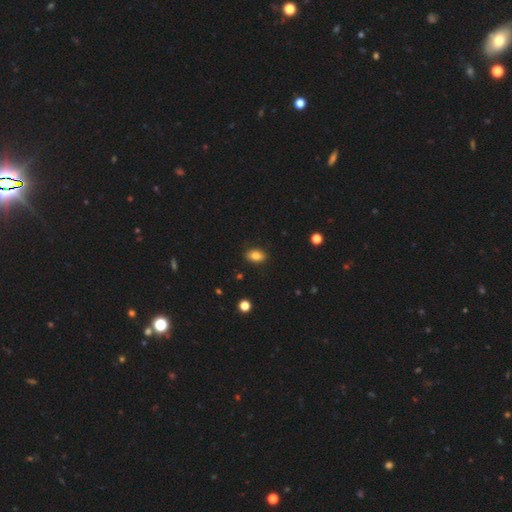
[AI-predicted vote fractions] Smooth or featured? Predicted: smooth (p=0.83). How rounded? Predicted: in between (p=0.86). Merging? Predicted: none (p=0.88).